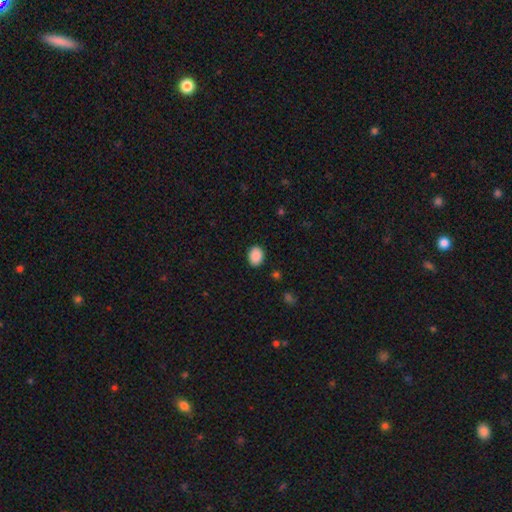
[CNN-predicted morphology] Smooth or featured: smooth — 89% (star or artifact — 8%)
How rounded: in between — 62% (round — 37%)
Merging: none — 89% (minor disturbance — 8%)